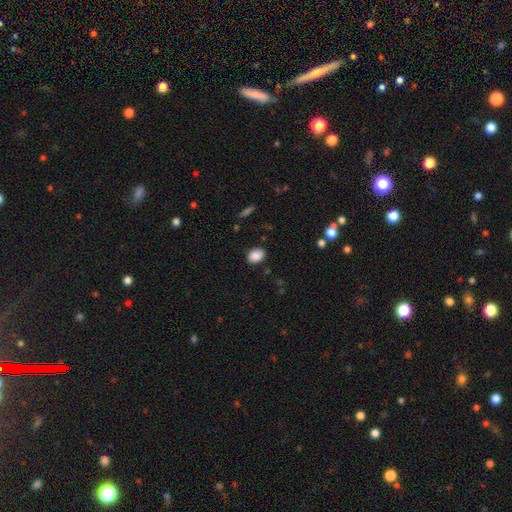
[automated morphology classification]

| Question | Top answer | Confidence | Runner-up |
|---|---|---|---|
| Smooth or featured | smooth | 88% | star or artifact (8%) |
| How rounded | in between | 73% | round (26%) |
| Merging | none | 85% | minor disturbance (11%) |